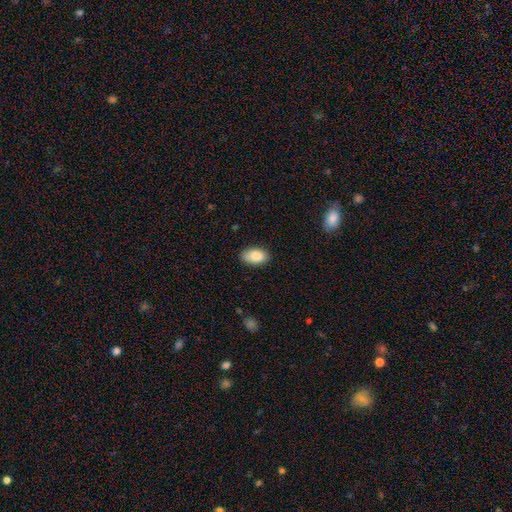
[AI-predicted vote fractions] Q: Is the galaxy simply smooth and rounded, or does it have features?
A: smooth — 83%.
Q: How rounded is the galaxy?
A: in between — 93%.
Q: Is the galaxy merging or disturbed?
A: none — 85%.